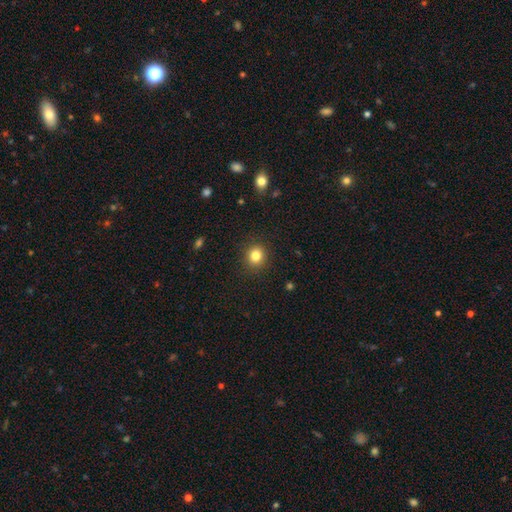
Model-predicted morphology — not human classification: Overall: smooth (83%). How rounded: round (84%). Merging: none (90%).